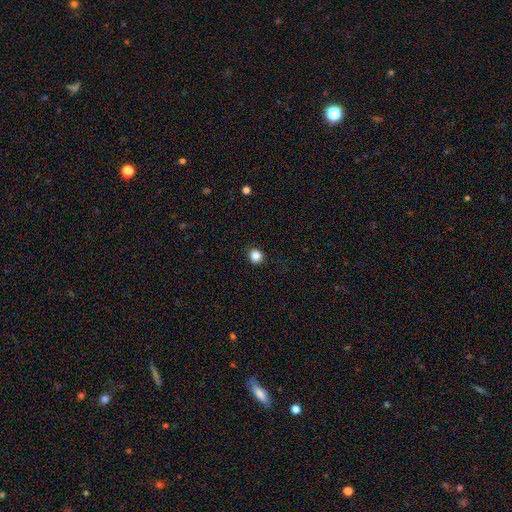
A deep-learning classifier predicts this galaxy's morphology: The model was most divided on "smooth or featured": smooth: 86%, star or artifact: 11%, featured or disk: 3%. More confident: merging — none (89%); how rounded — round (87%).